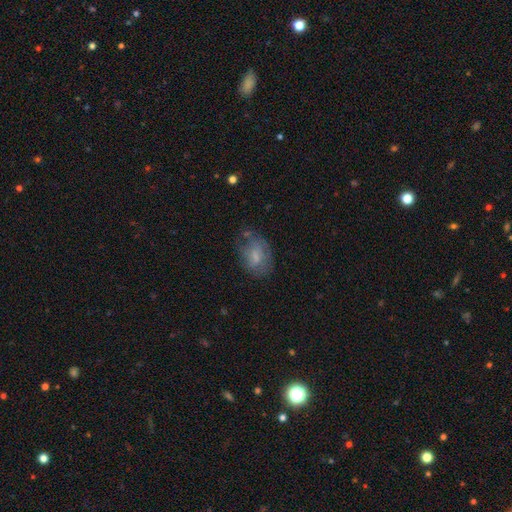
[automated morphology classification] This is possibly a smooth galaxy (59%). How rounded: clearly in between (80%). Merging: possibly none (50%).